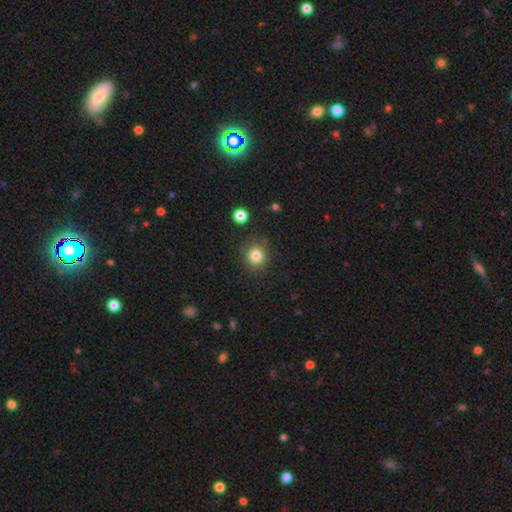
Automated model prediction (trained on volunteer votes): Smooth or featured?
  - smooth: 83% *
  - star or artifact: 11%
  - featured or disk: 6%
How rounded?
  - round: 87% *
  - in between: 12%
  - cigar-shaped: 1%
Merging?
  - none: 84% *
  - minor disturbance: 10%
  - major disturbance: 3%
  - merger: 2%